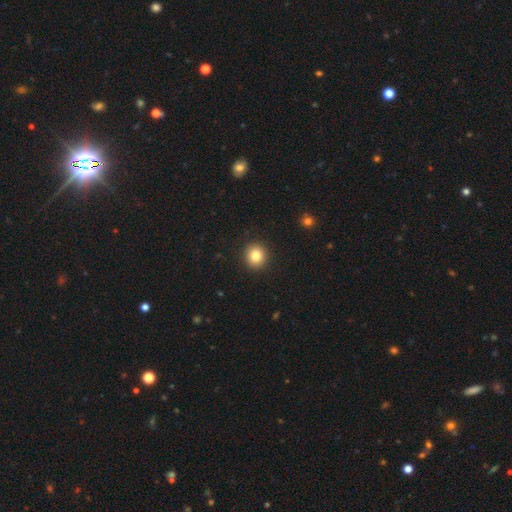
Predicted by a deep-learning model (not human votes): This appears to be a smooth galaxy with no disk features (83%) that is round (89%). Merging: none (92%).